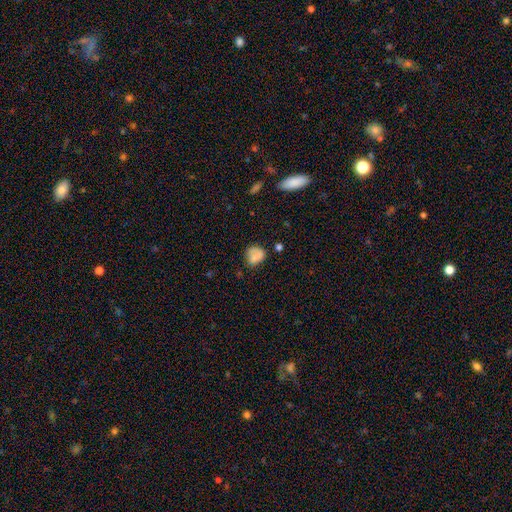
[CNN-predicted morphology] Smooth or featured? smooth (79%)
How rounded? round (53%)
Merging? none (57%)